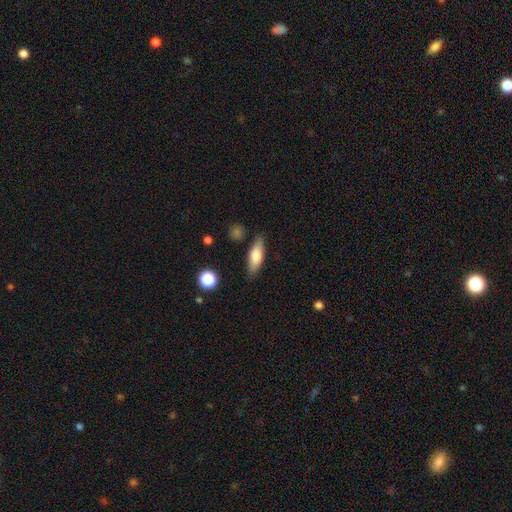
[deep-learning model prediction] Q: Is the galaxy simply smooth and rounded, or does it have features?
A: smooth — 70%.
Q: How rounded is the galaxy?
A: in between — 58%.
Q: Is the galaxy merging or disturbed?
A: none — 82%.